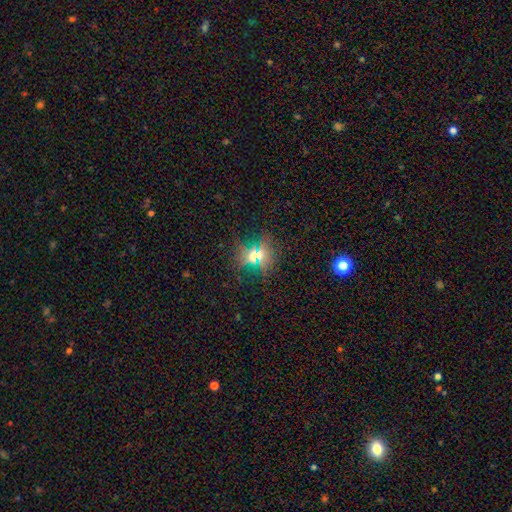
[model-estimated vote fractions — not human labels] smooth_or_featured: smooth (p=0.55) [alt: star or artifact p=0.31]
how_rounded: round (p=0.71) [alt: in between p=0.26]
merging: none (p=0.83) [alt: minor disturbance p=0.09]